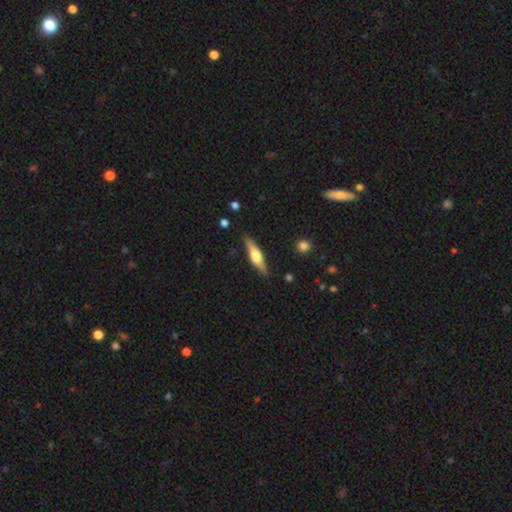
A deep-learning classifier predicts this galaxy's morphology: Overall: featured or disk (58%; smooth 37%). Edge-on disk: yes (94%). Edge-on bulge: rounded (91%). Merging: none (86%).